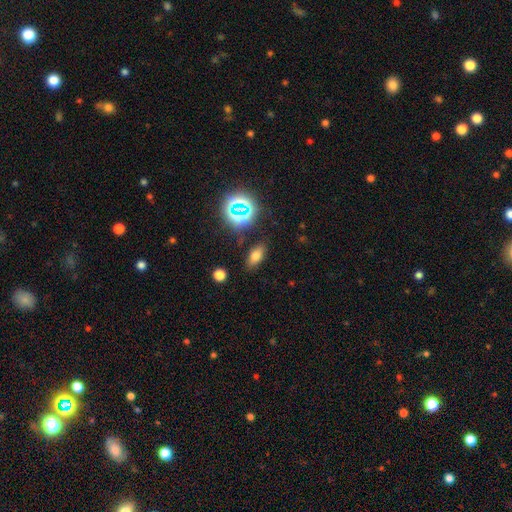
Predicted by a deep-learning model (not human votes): A smooth galaxy with no disk features (68%) that is in between round and cigar-shaped (82%). Merging: none (84%).